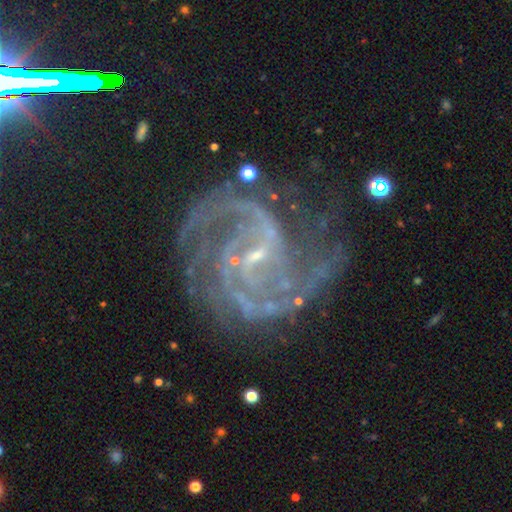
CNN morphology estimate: Smooth or featured?
  - featured or disk: 91% *
  - star or artifact: 7%
  - smooth: 2%
Edge-on disk?
  - no: 98% *
  - yes: 2%
Bar?
  - weak: 48% *
  - strong: 26%
  - no: 25%
Spiral arms?
  - yes: 98% *
  - no: 2%
Spiral winding?
  - medium: 55% *
  - tight: 31%
  - loose: 13%
Spiral arm count?
  - 2: 58% *
  - 3: 14%
  - can't tell: 10%
  - 4: 7%
  - more than 4: 6%
  - 1: 6%
Bulge size?
  - small: 82% *
  - moderate: 8%
  - none: 8%
  - large: 1%
  - dominant: 1%
Merging?
  - none: 68% *
  - minor disturbance: 18%
  - major disturbance: 12%
  - merger: 2%